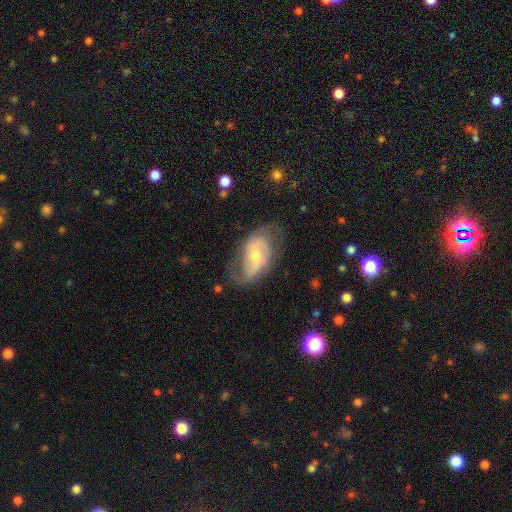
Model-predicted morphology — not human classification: A featured or disk galaxy (73%) with a weak bar (45%), 2 (74%) medium (42%) spiral arms (87%) and a moderate central bulge (50%).

Vote fractions:
- Smooth or featured? featured or disk: 73% / smooth: 21% / star or artifact: 6%
- Edge-on disk? no: 95% / yes: 5%
- Bar? weak: 45% / no: 38% / strong: 17%
- Spiral arms? yes: 87% / no: 13%
- Spiral winding? medium: 42% / loose: 39% / tight: 19%
- Spiral arm count? 2: 74% / can't tell: 13% / 1: 8% / 3: 2% / 4: 1% / more than 4: 1%
- Bulge size? moderate: 50% / small: 44% / large: 3% / none: 2% / dominant: 1%
- Merging? none: 57% / minor disturbance: 25% / major disturbance: 16% / merger: 2%